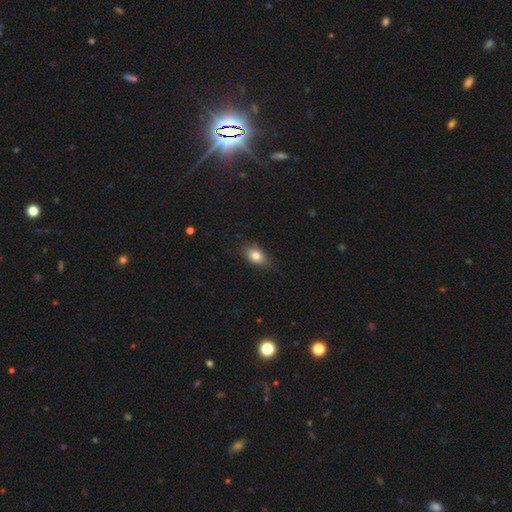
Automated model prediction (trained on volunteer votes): smooth 81%, featured or disk 10%, star or artifact 9%. Down the decision tree: how rounded — in between (82%); merging — none (80%).